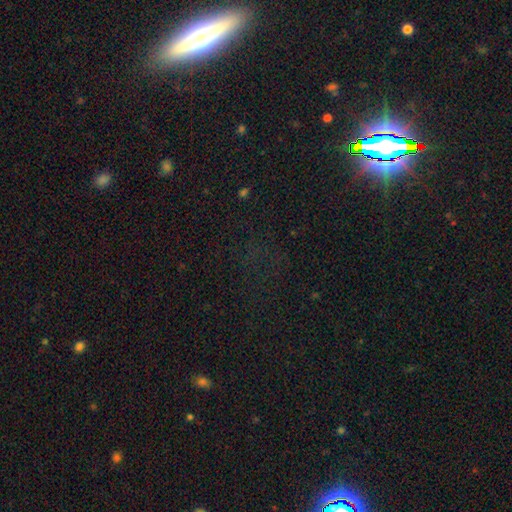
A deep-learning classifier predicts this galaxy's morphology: A star or artifact, not a galaxy (77%).